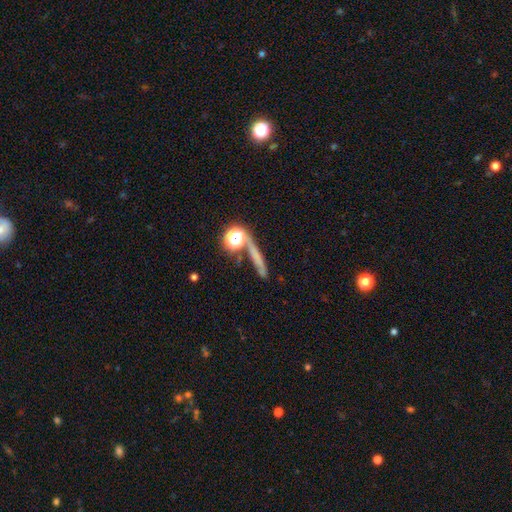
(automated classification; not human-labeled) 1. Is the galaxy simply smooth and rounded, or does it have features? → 47% smooth, 30% star or artifact, 23% featured or disk.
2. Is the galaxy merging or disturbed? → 68% none, 13% merger, 12% minor disturbance, 7% major disturbance.